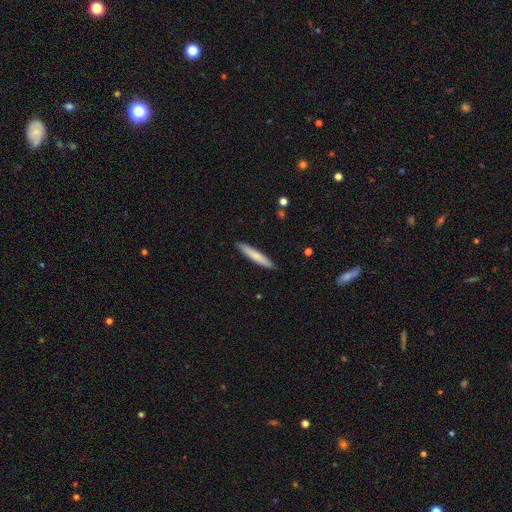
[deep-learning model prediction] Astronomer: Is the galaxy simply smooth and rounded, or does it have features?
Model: smooth — 75%.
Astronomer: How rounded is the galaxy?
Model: cigar-shaped — 93%.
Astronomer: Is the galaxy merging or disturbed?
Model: none — 91%.